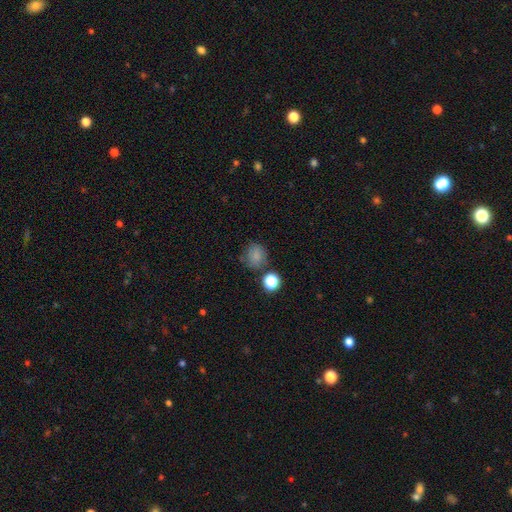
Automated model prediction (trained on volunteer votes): Smooth or featured?
  - smooth: 79% *
  - star or artifact: 14%
  - featured or disk: 7%
How rounded?
  - round: 76% *
  - in between: 23%
  - cigar-shaped: 1%
Merging?
  - none: 70% *
  - minor disturbance: 16%
  - merger: 9%
  - major disturbance: 5%